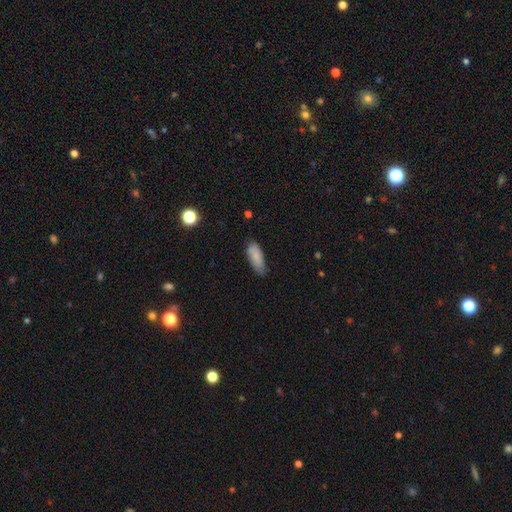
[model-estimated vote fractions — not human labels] This appears to be a smooth galaxy with no disk features (82%) that is in between round and cigar-shaped (74%). Merging: none (68%).